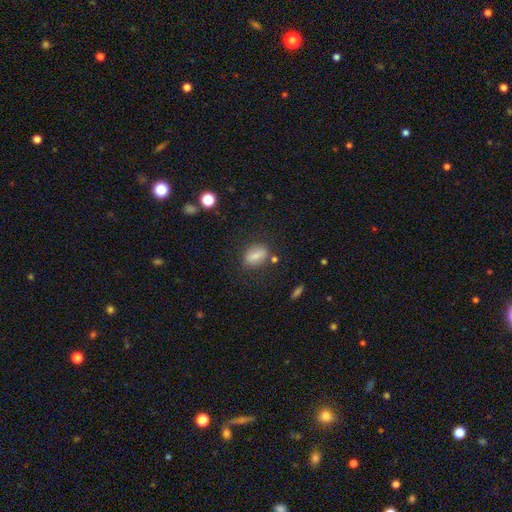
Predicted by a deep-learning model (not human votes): Overall: smooth (78%). How rounded: in between (78%). Merging: none (76%).